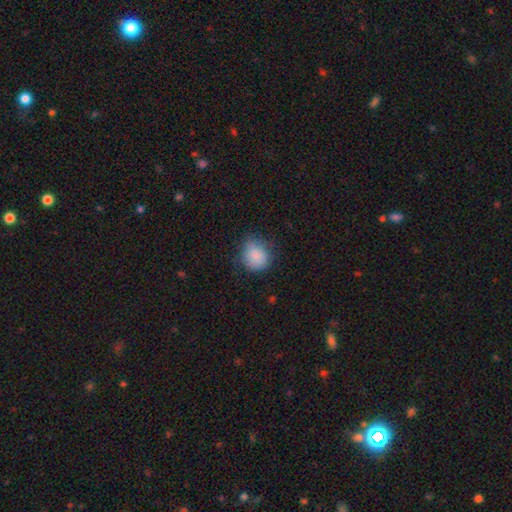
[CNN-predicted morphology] Overall: smooth (85%). How rounded: round (71%). Merging: none (67%).